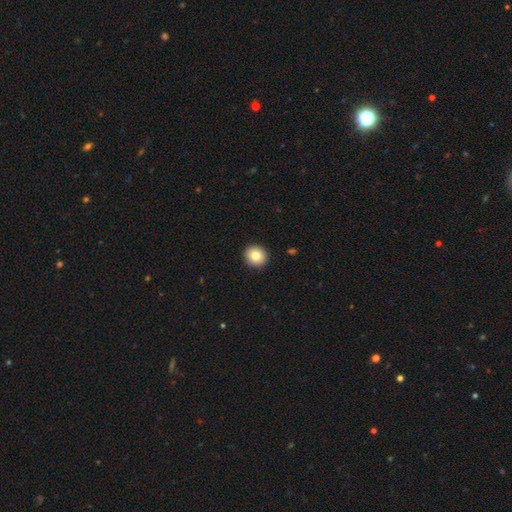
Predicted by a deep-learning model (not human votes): smooth-or-featured: smooth: 81% | featured or disk: 10% | star or artifact: 9%
  how-rounded: round: 88% | in between: 11% | cigar-shaped: 1%
  merging: none: 92% | minor disturbance: 5% | major disturbance: 2% | merger: 1%